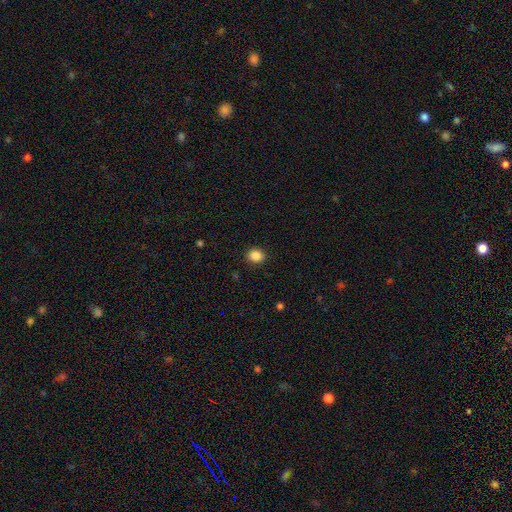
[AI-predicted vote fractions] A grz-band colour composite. It shows a smooth galaxy with no disk features (87%) that is round (62%). Merging: none (90%).